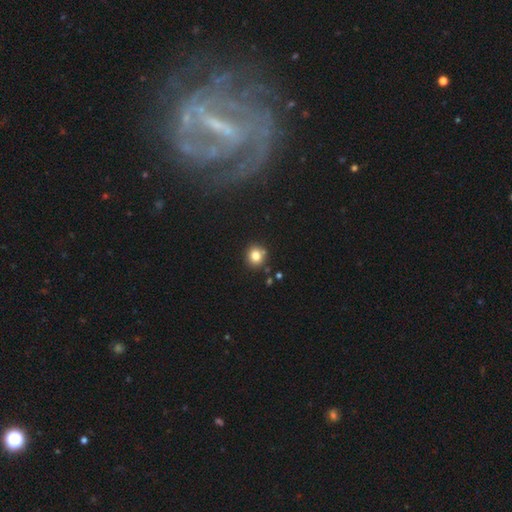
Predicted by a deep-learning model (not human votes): Smooth or featured? smooth (80%)
How rounded? round (87%)
Merging? none (80%)